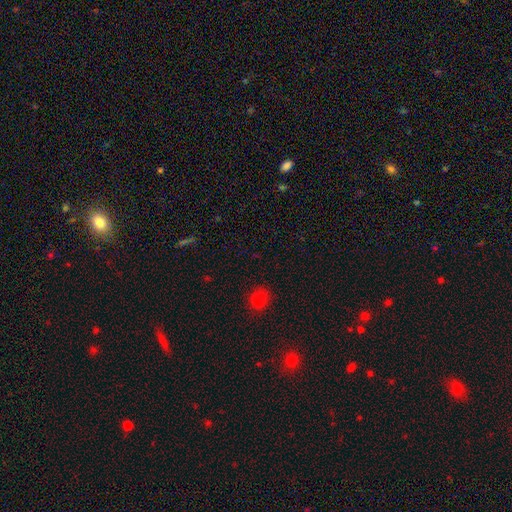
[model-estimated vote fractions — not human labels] smooth-or-featured: star or artifact: 49% | smooth: 41% | featured or disk: 10%